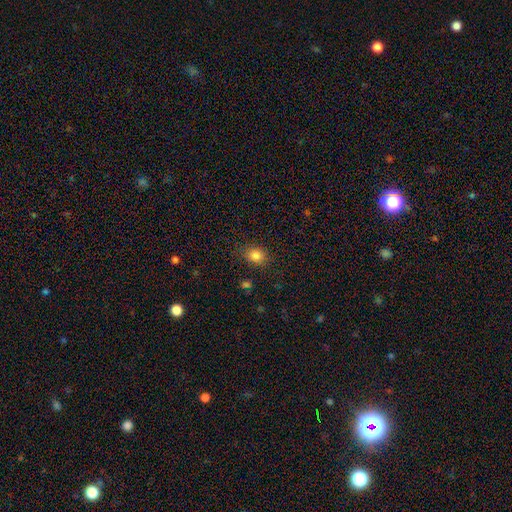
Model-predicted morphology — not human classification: A smooth galaxy with no disk features (84%) that is round (54%).

Vote fractions:
- Smooth or featured? smooth: 84% / star or artifact: 11% / featured or disk: 5%
- How rounded? round: 54% / in between: 45% / cigar-shaped: 1%
- Merging? none: 84% / minor disturbance: 11% / major disturbance: 3% / merger: 2%